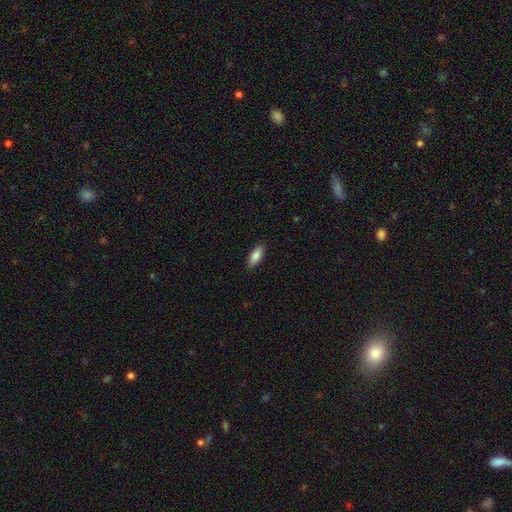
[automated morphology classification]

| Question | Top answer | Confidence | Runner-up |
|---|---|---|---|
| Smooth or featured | smooth | 84% | featured or disk (10%) |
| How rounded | in between | 76% | cigar-shaped (22%) |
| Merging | none | 88% | minor disturbance (9%) |